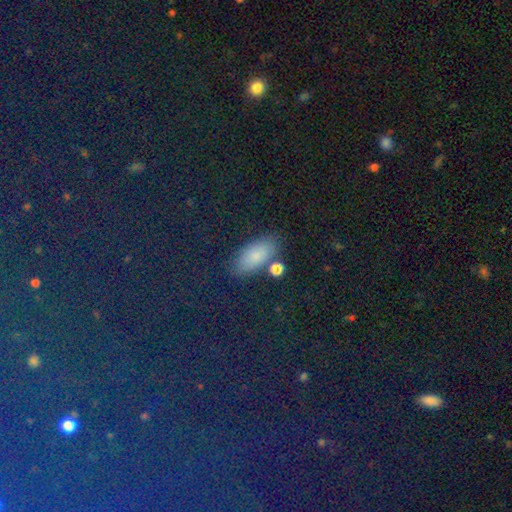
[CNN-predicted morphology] The model was most divided on "smooth or featured": smooth: 78%, star or artifact: 14%, featured or disk: 7%. More confident: how rounded — in between (86%); merging — none (78%).